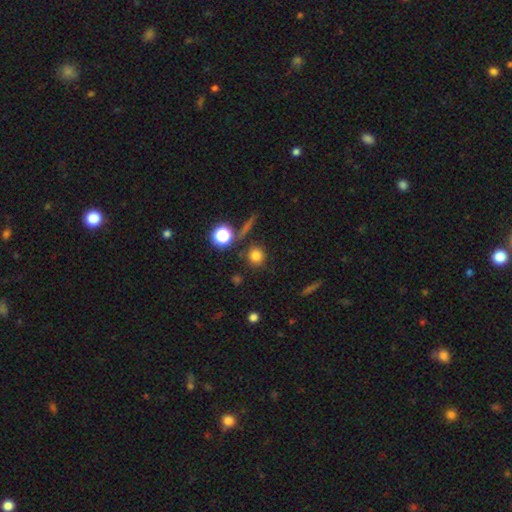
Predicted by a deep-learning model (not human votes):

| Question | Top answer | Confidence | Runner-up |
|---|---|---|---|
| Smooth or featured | smooth | 78% | star or artifact (15%) |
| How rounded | round | 90% | in between (8%) |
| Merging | none | 82% | minor disturbance (8%) |